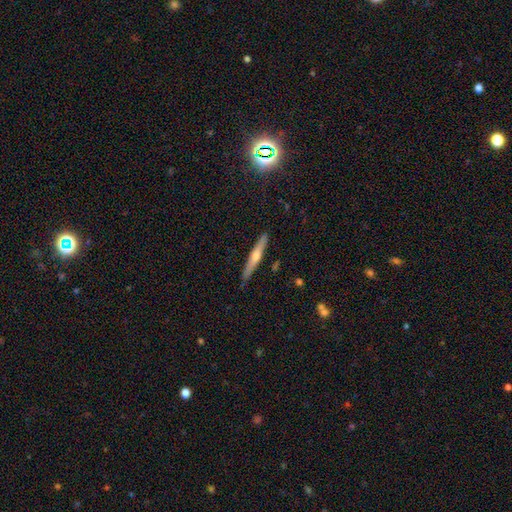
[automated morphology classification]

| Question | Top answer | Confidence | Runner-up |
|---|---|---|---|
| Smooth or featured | featured or disk | 64% | smooth (28%) |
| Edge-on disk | yes | 97% | no (3%) |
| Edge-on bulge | rounded | 84% | none (12%) |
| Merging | none | 88% | minor disturbance (9%) |